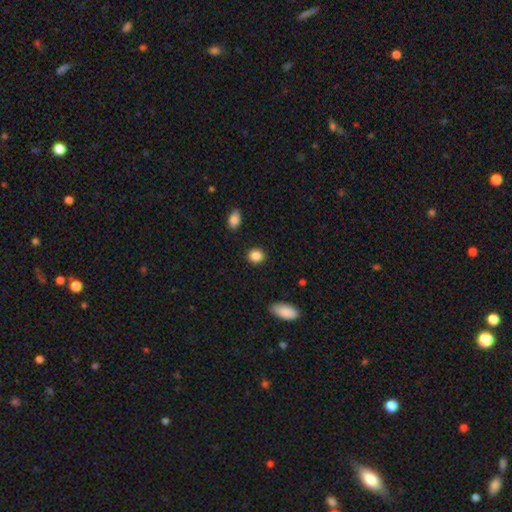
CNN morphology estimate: Smooth or featured? Predicted: smooth (p=0.87). How rounded? Predicted: round (p=0.71). Merging? Predicted: none (p=0.89).